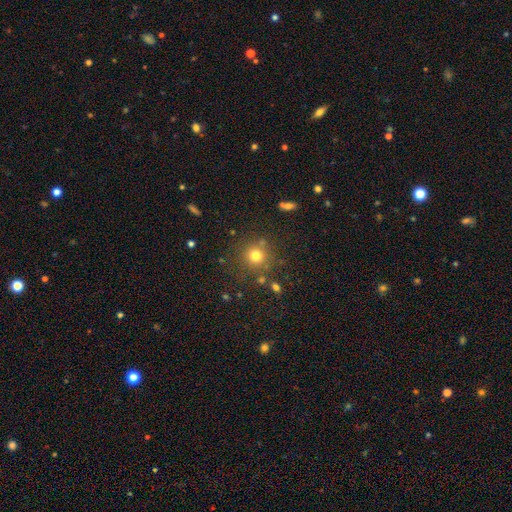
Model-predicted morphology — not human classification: smooth_or_featured: smooth (p=0.74) [alt: star or artifact p=0.17]
how_rounded: round (p=0.92) [alt: in between p=0.07]
merging: none (p=0.79) [alt: minor disturbance p=0.10]